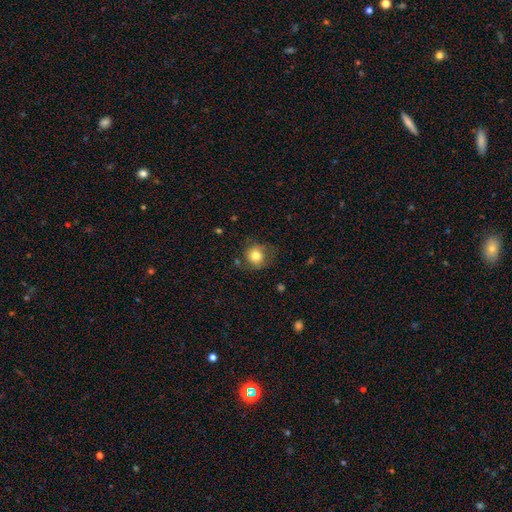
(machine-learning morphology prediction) Q: Smooth or featured?
A: smooth (79%); runner-up: featured or disk (11%)
Q: How rounded?
A: round (81%); runner-up: in between (18%)
Q: Merging?
A: none (63%); runner-up: minor disturbance (24%)